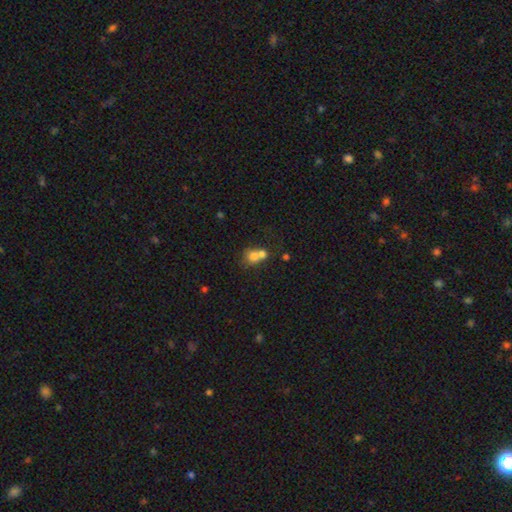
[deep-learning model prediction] Smooth or featured?
  - smooth: 72% *
  - featured or disk: 16%
  - star or artifact: 12%
How rounded?
  - round: 73% *
  - in between: 26%
  - cigar-shaped: 1%
Merging?
  - merger: 62% *
  - none: 28%
  - minor disturbance: 6%
  - major disturbance: 4%